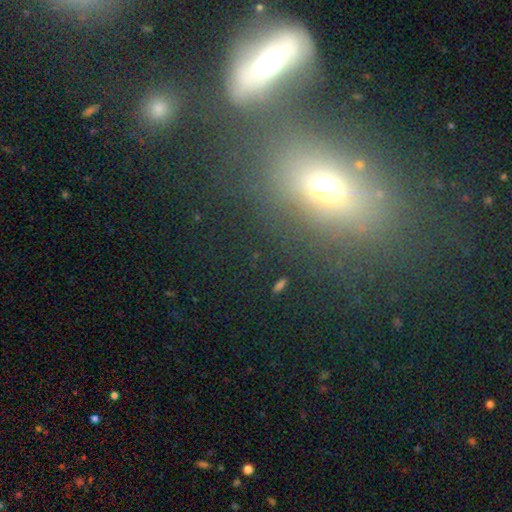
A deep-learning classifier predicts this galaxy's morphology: Smooth or featured?
  - smooth: 53% *
  - star or artifact: 26%
  - featured or disk: 22%
How rounded?
  - in between: 62% *
  - round: 30%
  - cigar-shaped: 8%
Merging?
  - none: 63% *
  - merger: 18%
  - minor disturbance: 12%
  - major disturbance: 7%